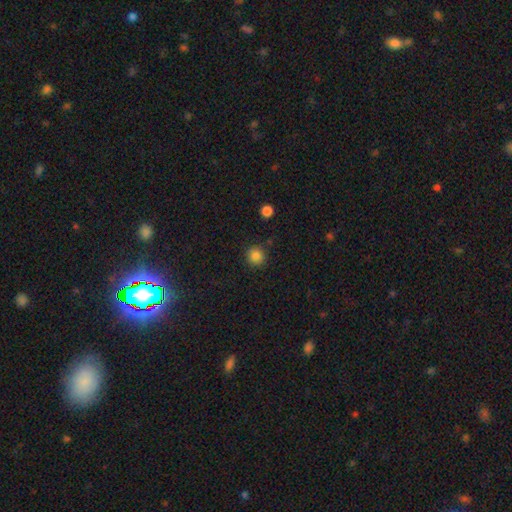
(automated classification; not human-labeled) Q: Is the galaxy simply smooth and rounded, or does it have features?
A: smooth — 84%.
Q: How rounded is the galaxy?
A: round — 94%.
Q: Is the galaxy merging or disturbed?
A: none — 89%.